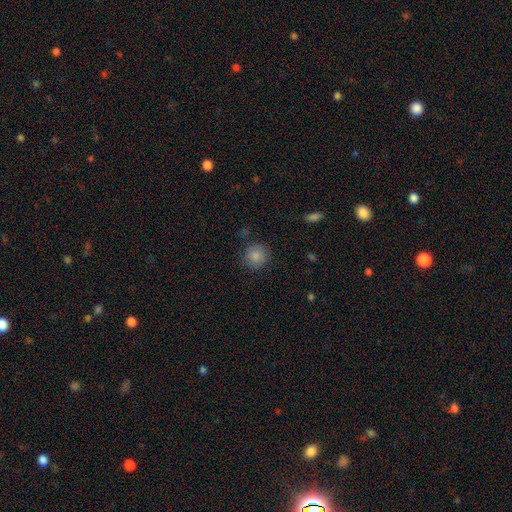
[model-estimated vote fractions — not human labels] Smooth or featured: smooth — 85% (star or artifact — 9%)
How rounded: round — 90% (in between — 9%)
Merging: none — 83% (minor disturbance — 11%)